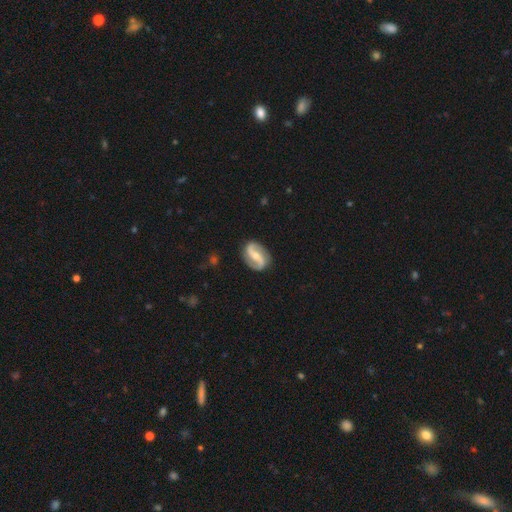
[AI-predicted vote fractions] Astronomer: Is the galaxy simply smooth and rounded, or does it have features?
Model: featured or disk — 89%.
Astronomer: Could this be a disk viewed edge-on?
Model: no — 97%.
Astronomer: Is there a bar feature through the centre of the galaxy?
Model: strong — 46% (runner-up: weak, 33%).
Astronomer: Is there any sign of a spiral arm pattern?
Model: yes — 96%.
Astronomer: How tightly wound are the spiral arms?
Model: loose — 45% (runner-up: medium, 39%).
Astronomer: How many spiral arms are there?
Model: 2 — 94%.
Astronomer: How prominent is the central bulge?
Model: small — 48% (runner-up: moderate, 47%).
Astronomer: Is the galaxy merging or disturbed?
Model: none — 87%.